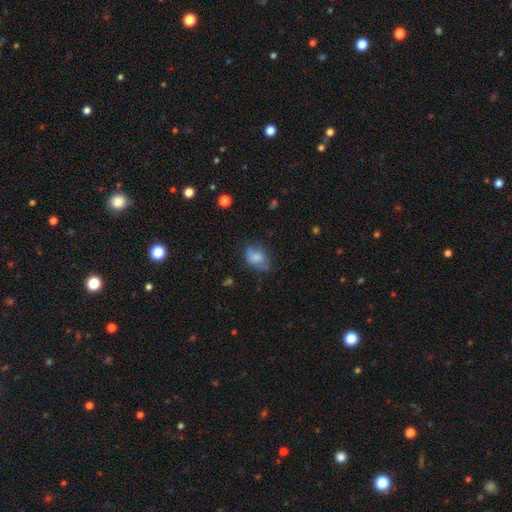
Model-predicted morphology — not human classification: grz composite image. It shows a smooth galaxy with no disk features (70%) that is in between round and cigar-shaped (78%). Merging: none (55%).